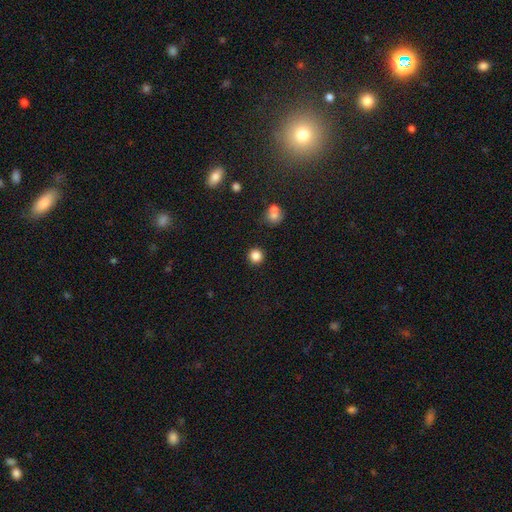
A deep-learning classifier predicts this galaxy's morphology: type=smooth (85%); roundness=round (94%); merging=none (89%).